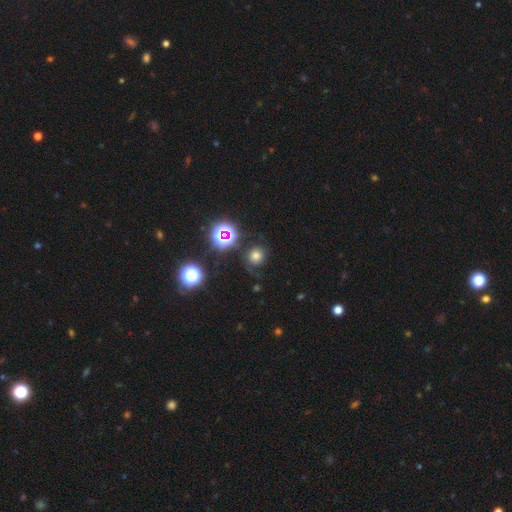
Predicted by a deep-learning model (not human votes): smooth 62%, star or artifact 26%, featured or disk 13%. Down the decision tree: how rounded — round (86%); merging — none (72%).